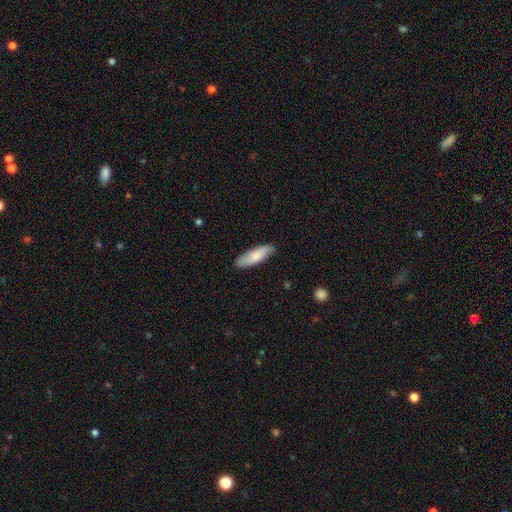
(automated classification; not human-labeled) Q: Smooth or featured?
A: smooth (80%); runner-up: featured or disk (15%)
Q: How rounded?
A: cigar-shaped (50%); runner-up: in between (48%)
Q: Merging?
A: none (84%); runner-up: minor disturbance (13%)